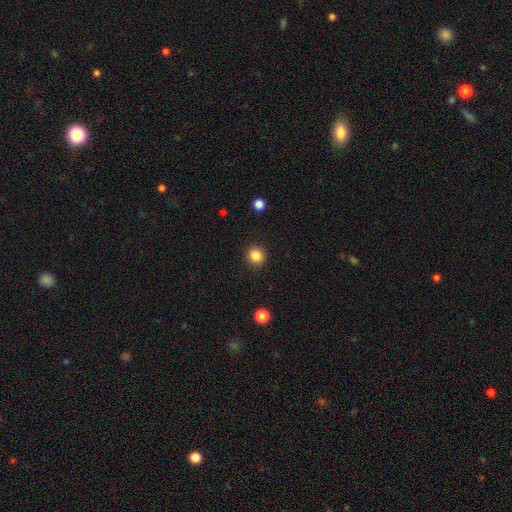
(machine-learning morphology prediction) Smooth or featured?
  - smooth: 85% *
  - star or artifact: 11%
  - featured or disk: 4%
How rounded?
  - round: 89% *
  - in between: 10%
  - cigar-shaped: 1%
Merging?
  - none: 91% *
  - minor disturbance: 6%
  - major disturbance: 2%
  - merger: 1%